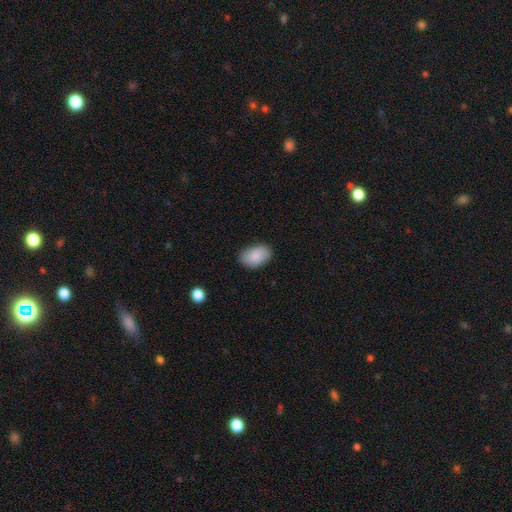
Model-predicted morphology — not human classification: Q: Smooth or featured?
A: smooth (87%); runner-up: featured or disk (7%)
Q: How rounded?
A: in between (92%); runner-up: round (7%)
Q: Merging?
A: none (85%); runner-up: minor disturbance (11%)